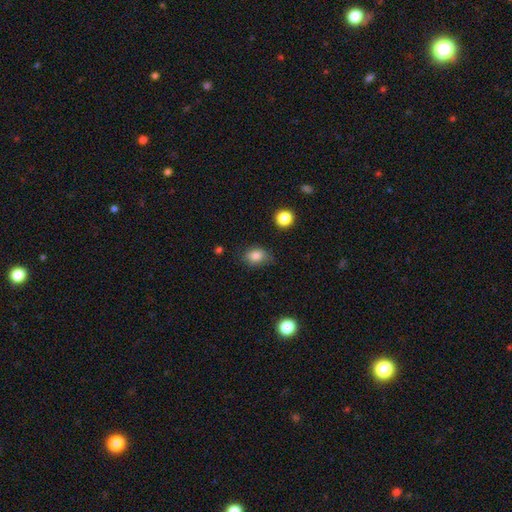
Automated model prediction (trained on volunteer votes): This appears to be a smooth galaxy with no disk features (83%) that is in between round and cigar-shaped (66%). Merging: none (69%).